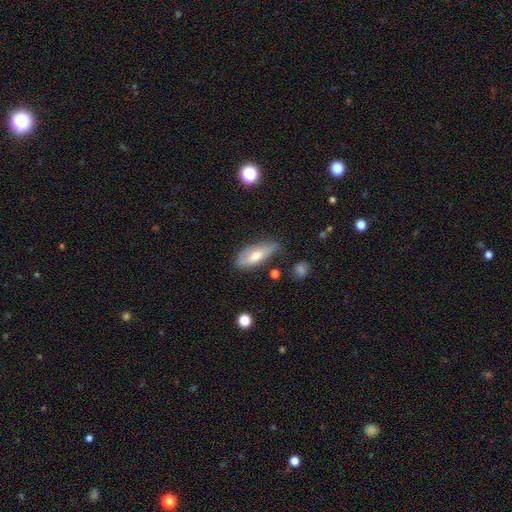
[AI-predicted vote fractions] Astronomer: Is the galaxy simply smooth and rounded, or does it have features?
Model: smooth — 63%.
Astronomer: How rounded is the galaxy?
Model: in between — 76%.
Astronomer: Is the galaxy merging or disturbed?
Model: none — 66%.